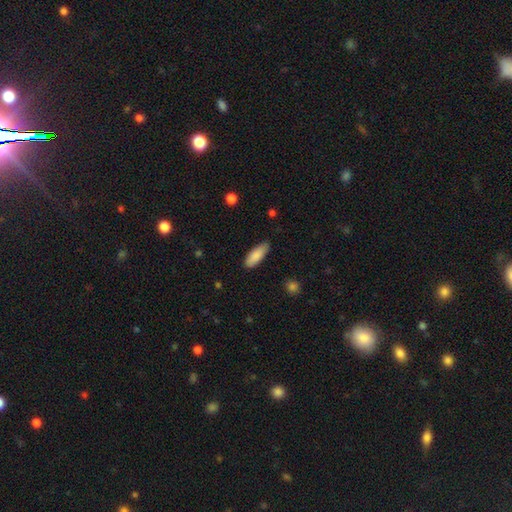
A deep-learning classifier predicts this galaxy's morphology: Smooth or featured? Predicted: smooth (p=0.87). How rounded? Predicted: in between (p=0.70). Merging? Predicted: none (p=0.82).